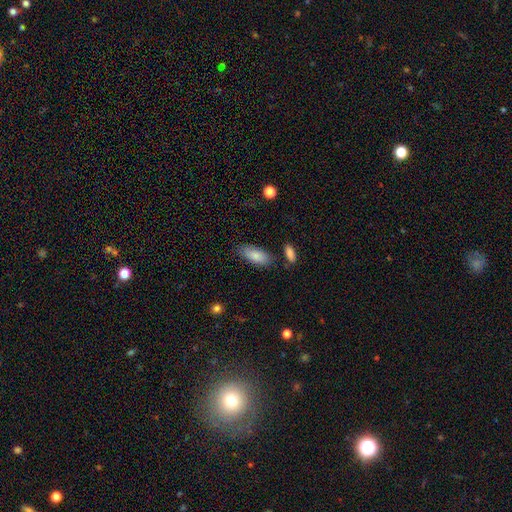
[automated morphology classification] A smooth galaxy with no disk features (85%) that is in between round and cigar-shaped (83%). Merging: none (77%).